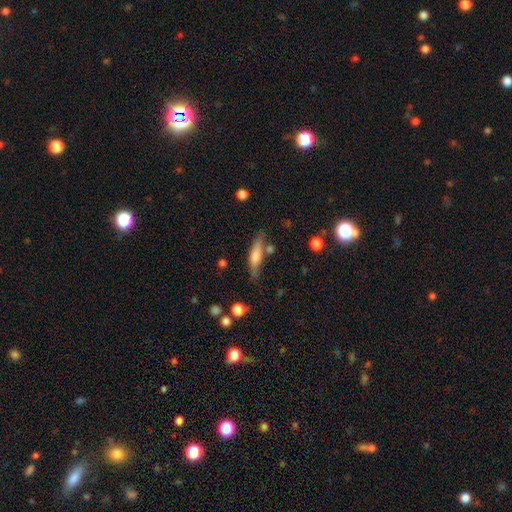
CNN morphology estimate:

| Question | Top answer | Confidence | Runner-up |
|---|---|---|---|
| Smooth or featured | smooth | 60% | featured or disk (33%) |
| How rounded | cigar-shaped | 76% | in between (22%) |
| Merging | none | 70% | minor disturbance (17%) |